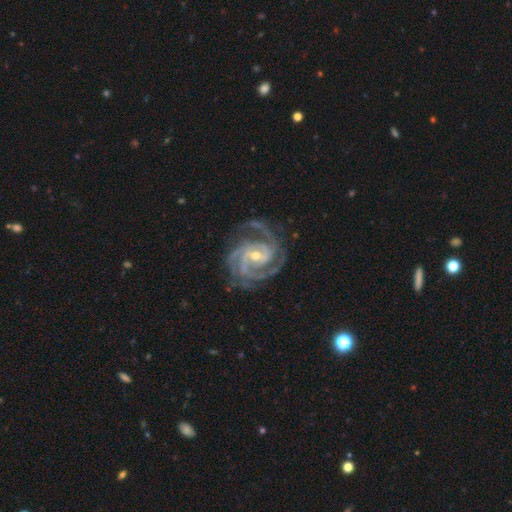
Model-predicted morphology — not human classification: smooth-or-featured: featured or disk: 94% | star or artifact: 4% | smooth: 2%
  disk-edge-on: no: 98% | yes: 2%
    bar: no: 41% | weak: 40% | strong: 19%
    has-spiral-arms: yes: 99% | no: 1%
      spiral-winding: tight: 62% | medium: 34% | loose: 4%
      spiral-arm-count: 3: 44% | 4: 18% | 2: 16% | can't tell: 9% | more than 4: 6% | 1: 6%
    bulge-size: small: 50% | moderate: 47% | large: 1% | none: 1% | dominant: 1%
  merging: none: 74% | minor disturbance: 17% | major disturbance: 7% | merger: 1%